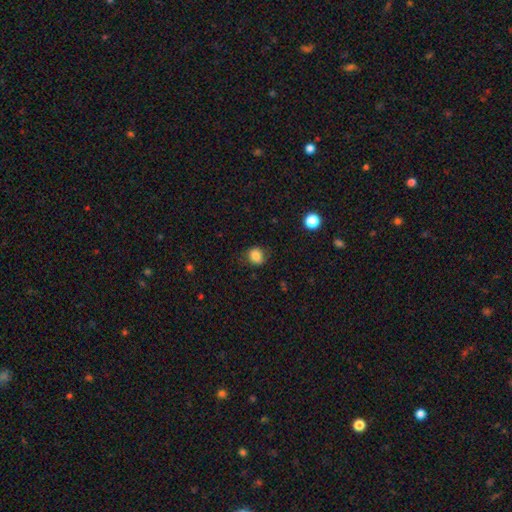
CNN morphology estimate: smooth-or-featured: smooth: 83% | star or artifact: 11% | featured or disk: 6%
  how-rounded: round: 77% | in between: 23% | cigar-shaped: 1%
  merging: none: 79% | minor disturbance: 16% | major disturbance: 5% | merger: 1%